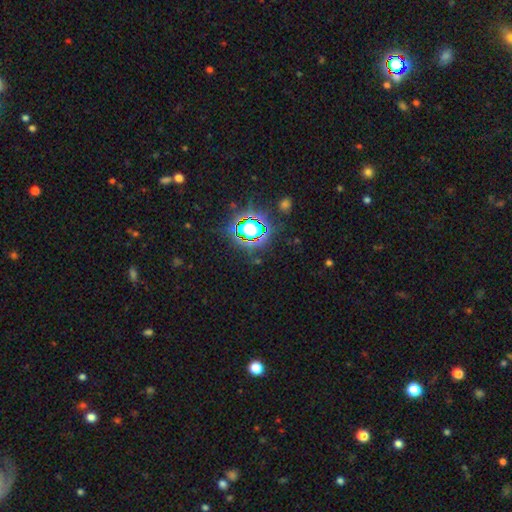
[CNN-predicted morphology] Q: Smooth or featured?
A: star or artifact (78%); runner-up: smooth (15%)